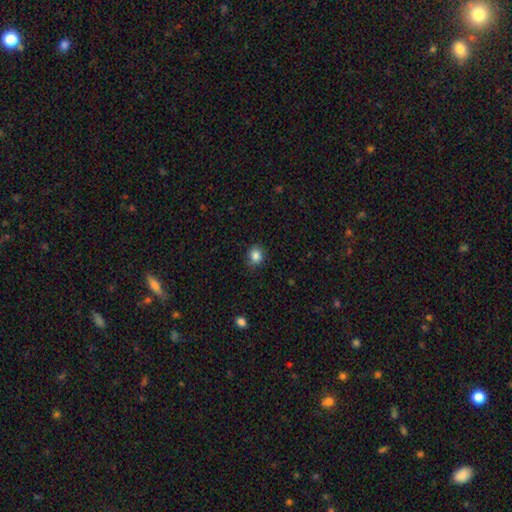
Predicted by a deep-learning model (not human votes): A smooth galaxy with no disk features (85%) that is round (77%).

Vote fractions:
- Smooth or featured? smooth: 85% / star or artifact: 11% / featured or disk: 4%
- How rounded? round: 77% / in between: 22% / cigar-shaped: 1%
- Merging? none: 84% / minor disturbance: 12% / major disturbance: 3% / merger: 1%